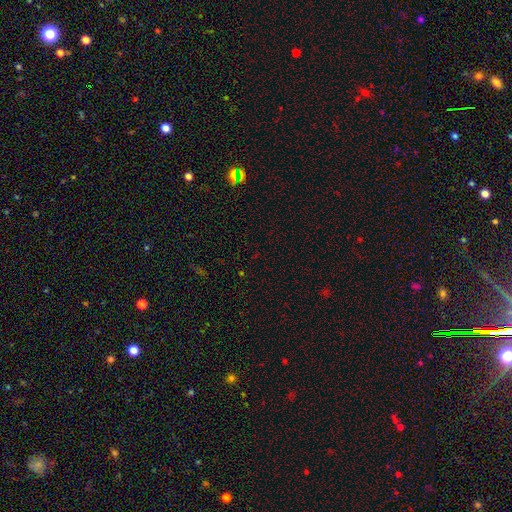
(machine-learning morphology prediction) Smooth or featured?
  - star or artifact: 69% *
  - smooth: 23%
  - featured or disk: 8%